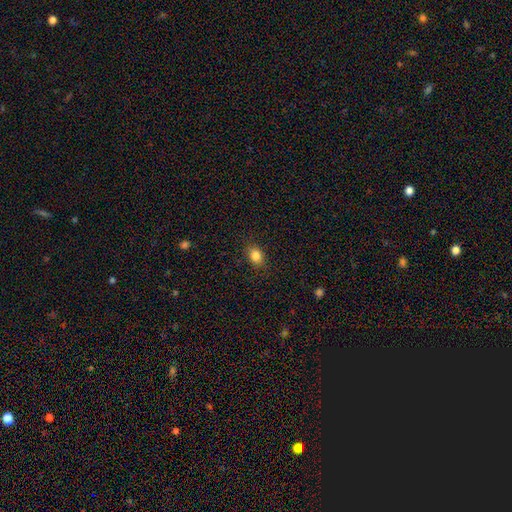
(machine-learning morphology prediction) The model was most divided on "how rounded": in between: 66%, round: 32%, cigar-shaped: 1%. More confident: merging — none (87%); smooth or featured — smooth (84%).